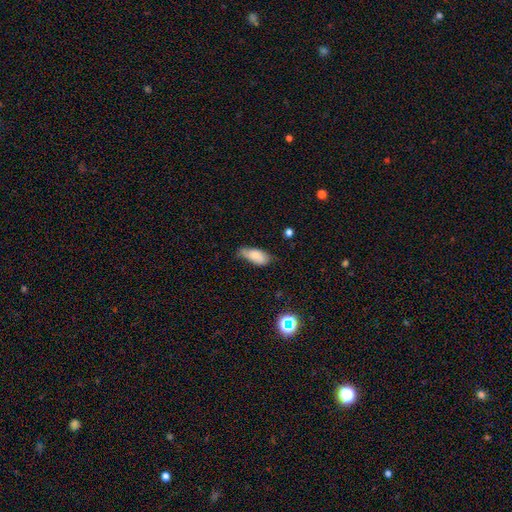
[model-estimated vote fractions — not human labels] Smooth or featured: smooth — 78% (featured or disk — 14%)
How rounded: in between — 81% (cigar-shaped — 16%)
Merging: none — 52% (minor disturbance — 37%)